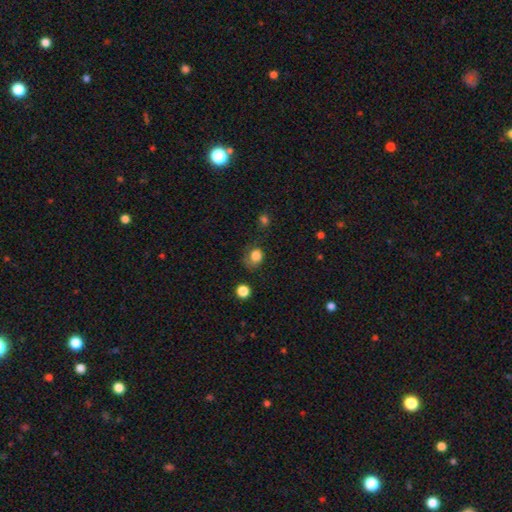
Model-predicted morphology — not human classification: A smooth galaxy with no disk features (81%) that is round (66%).

Vote fractions:
- Smooth or featured? smooth: 81% / star or artifact: 11% / featured or disk: 8%
- How rounded? round: 66% / in between: 33% / cigar-shaped: 1%
- Merging? none: 47% / minor disturbance: 29% / major disturbance: 20% / merger: 4%